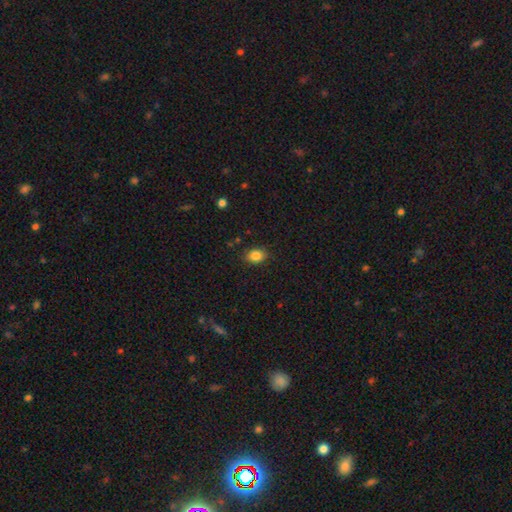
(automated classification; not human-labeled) Smooth or featured: smooth — 85% (star or artifact — 10%)
How rounded: in between — 67% (round — 31%)
Merging: none — 85% (minor disturbance — 11%)